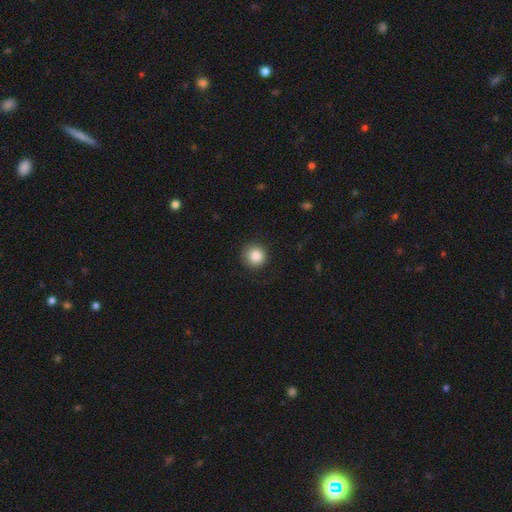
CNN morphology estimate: Q: Smooth or featured?
A: smooth (87%); runner-up: star or artifact (9%)
Q: How rounded?
A: round (94%); runner-up: in between (5%)
Q: Merging?
A: none (88%); runner-up: minor disturbance (8%)